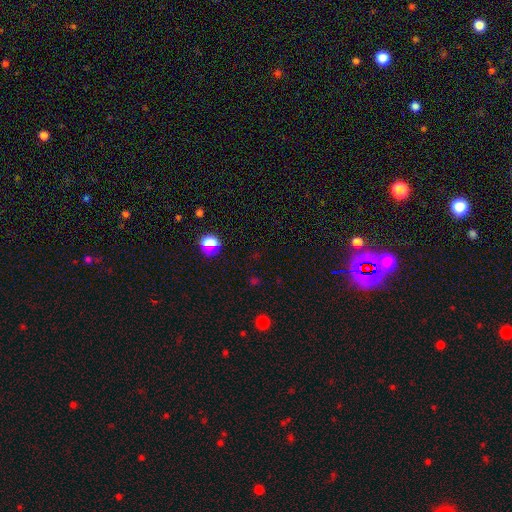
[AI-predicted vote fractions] star or artifact 60%, smooth 32%, featured or disk 7%.